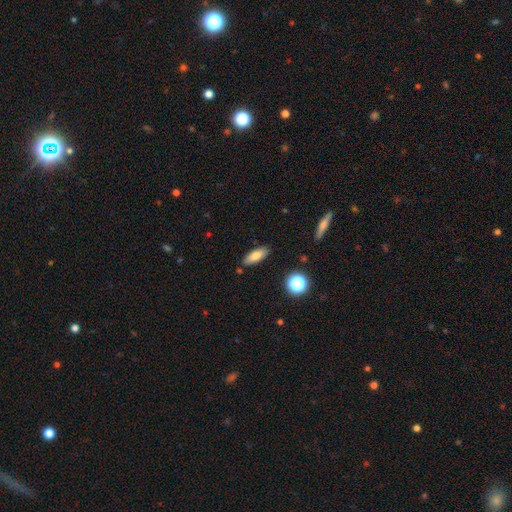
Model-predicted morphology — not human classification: A smooth galaxy with no disk features (78%) that is in between round and cigar-shaped (71%). Merging: none (85%).